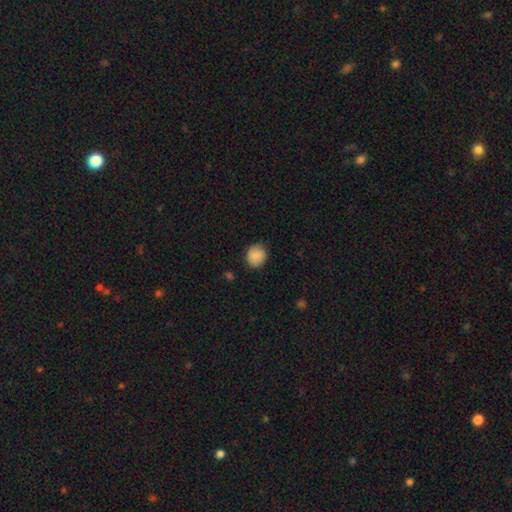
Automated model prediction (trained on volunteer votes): smooth 87%, star or artifact 8%, featured or disk 6%. Down the decision tree: how rounded — round (80%); merging — none (82%).